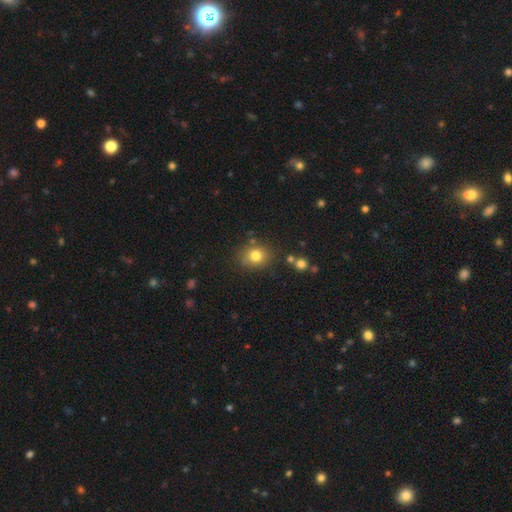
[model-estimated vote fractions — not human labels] Smooth or featured? Predicted: smooth (p=0.79). How rounded? Predicted: round (p=0.66). Merging? Predicted: none (p=0.78).